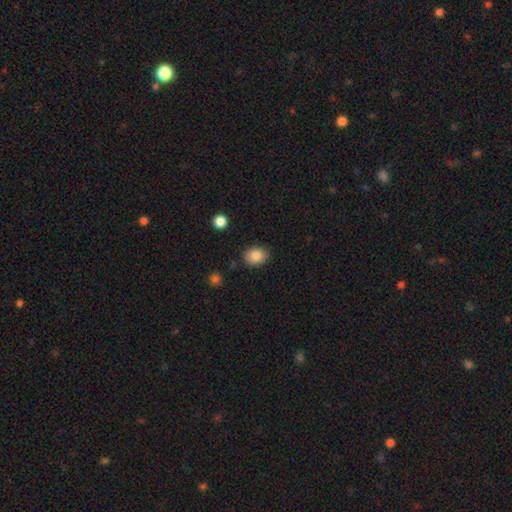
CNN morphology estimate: Overall: smooth (86%). How rounded: in between (57%; round 42%). Merging: none (85%).